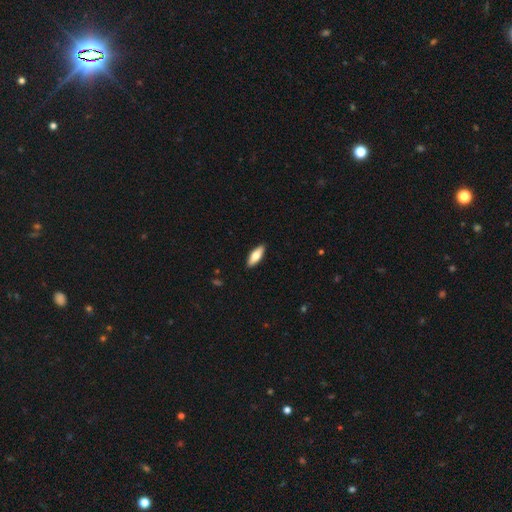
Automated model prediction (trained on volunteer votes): This appears to be a smooth galaxy with no disk features (71%) that is in between round and cigar-shaped (66%). Merging: none (90%).